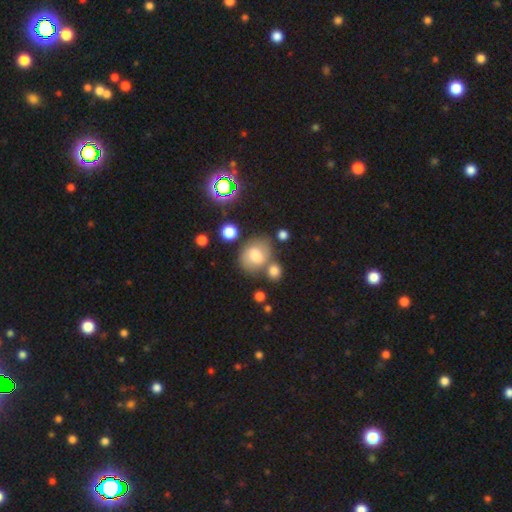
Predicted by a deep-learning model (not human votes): Smooth or featured? smooth (62%)
How rounded? round (54%)
Merging? none (57%)